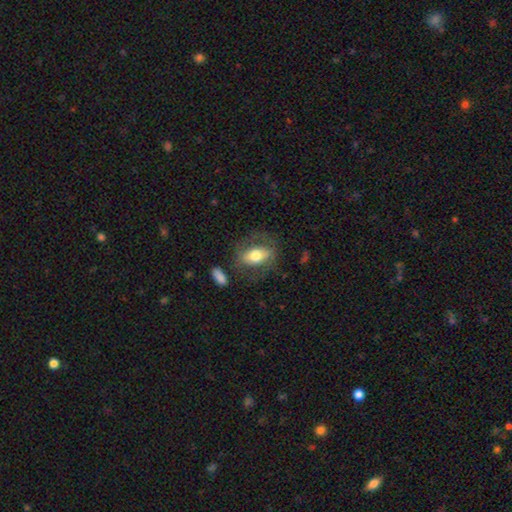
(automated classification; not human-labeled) smooth 53%, featured or disk 40%, star or artifact 7%. Down the decision tree: how rounded — in between (80%); merging — none (65%).